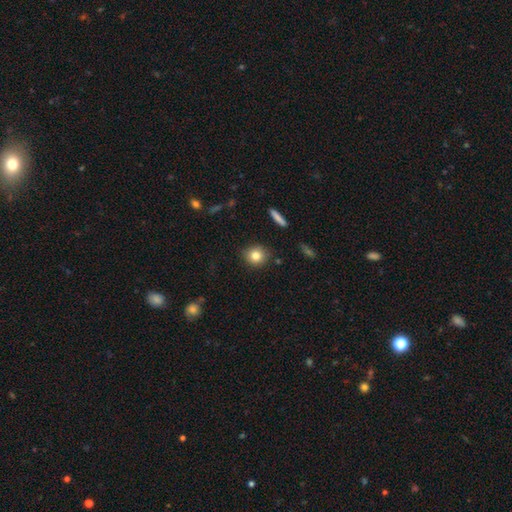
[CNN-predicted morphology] smooth-or-featured: smooth: 81% | star or artifact: 10% | featured or disk: 9%
  how-rounded: round: 85% | in between: 14% | cigar-shaped: 1%
  merging: none: 87% | minor disturbance: 9% | major disturbance: 2% | merger: 2%